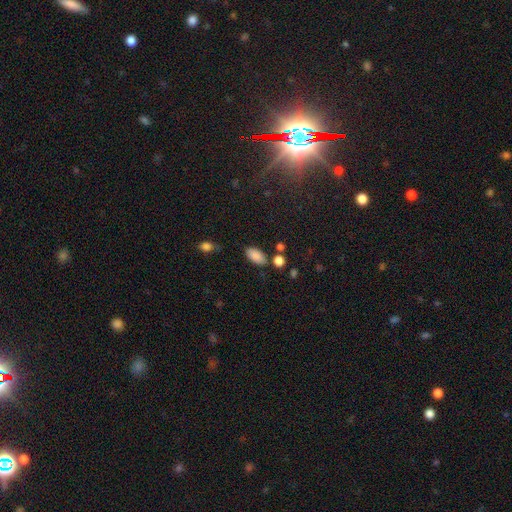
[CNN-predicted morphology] This appears to be a smooth galaxy with no disk features (87%) that is in between round and cigar-shaped (93%). Merging: none (77%).